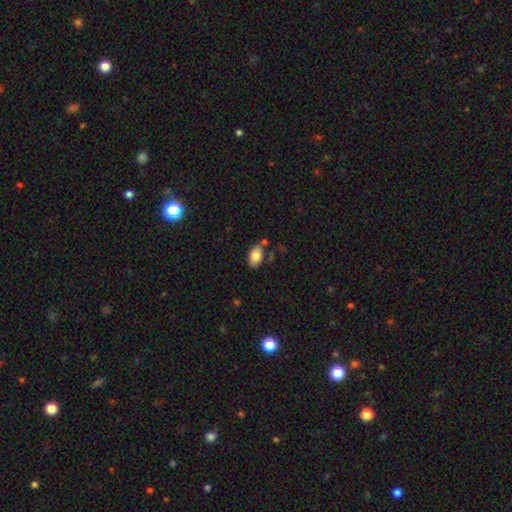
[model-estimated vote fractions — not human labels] Q: Smooth or featured?
A: smooth (83%); runner-up: featured or disk (10%)
Q: How rounded?
A: in between (91%); runner-up: round (8%)
Q: Merging?
A: none (69%); runner-up: minor disturbance (17%)